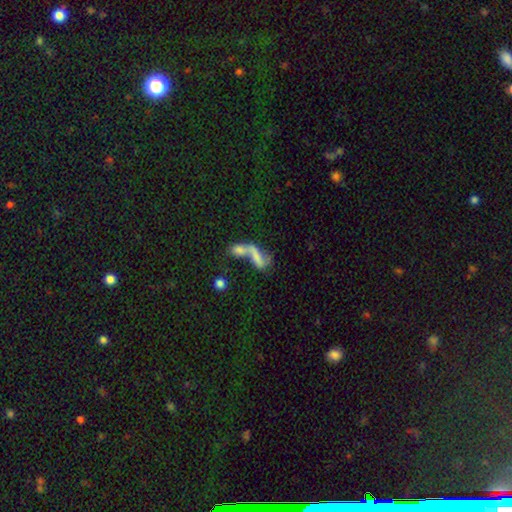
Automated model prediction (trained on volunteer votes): Smooth or featured? Predicted: smooth (p=0.55). How rounded? Predicted: in between (p=0.57). Merging? Predicted: merger (p=0.67).